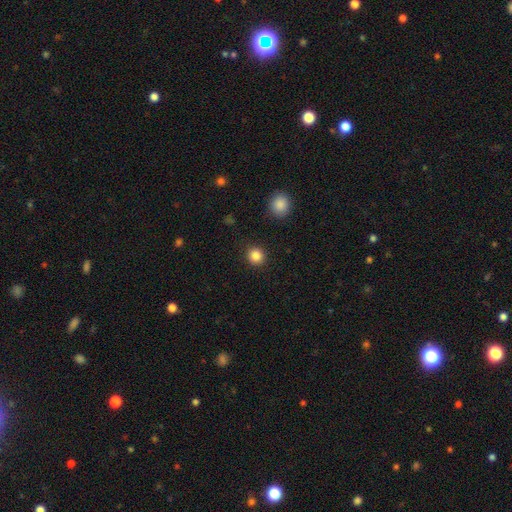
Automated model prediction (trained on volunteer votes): A smooth galaxy with no disk features (85%) that is round (90%).

Vote fractions:
- Smooth or featured? smooth: 85% / star or artifact: 11% / featured or disk: 4%
- How rounded? round: 90% / in between: 9% / cigar-shaped: 1%
- Merging? none: 91% / minor disturbance: 5% / major disturbance: 2% / merger: 1%